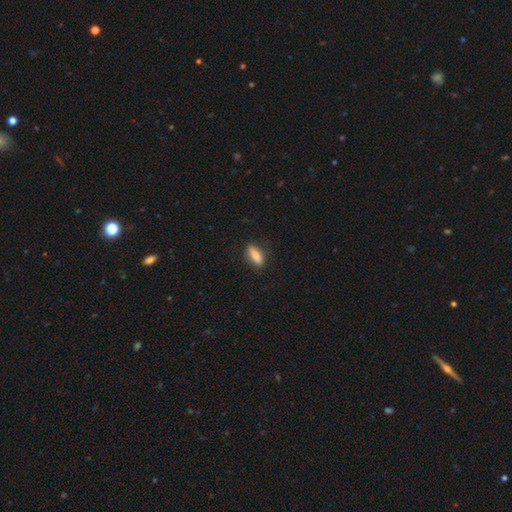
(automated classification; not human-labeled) Q: Smooth or featured?
A: smooth (80%); runner-up: featured or disk (14%)
Q: How rounded?
A: in between (56%); runner-up: cigar-shaped (41%)
Q: Merging?
A: none (83%); runner-up: minor disturbance (13%)